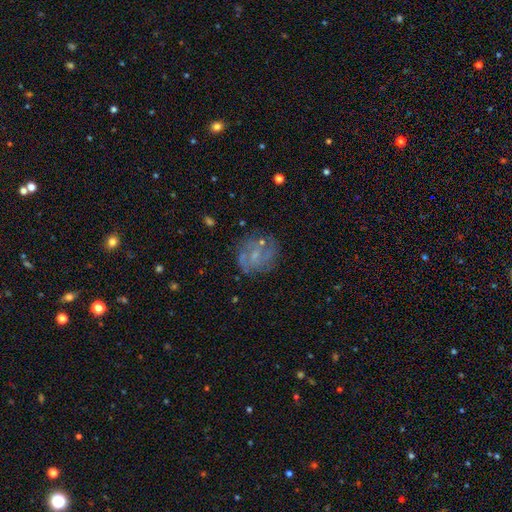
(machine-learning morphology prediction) A featured or disk galaxy (59%) with no bar (63%), spiral arms (62%) and a small central bulge (57%). Merging: none (67%).